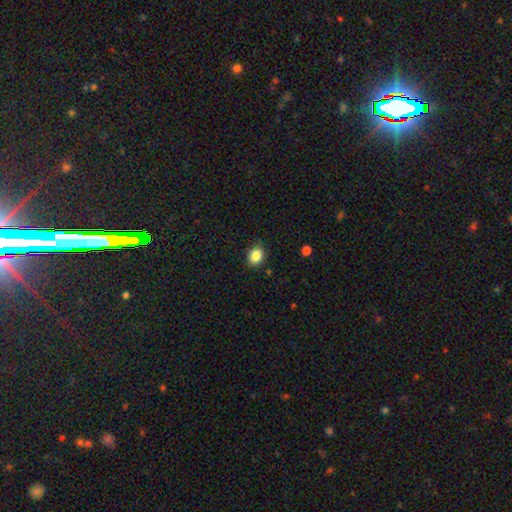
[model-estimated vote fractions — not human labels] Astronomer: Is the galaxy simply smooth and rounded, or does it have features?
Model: smooth — 86%.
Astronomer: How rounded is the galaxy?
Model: round — 52% (runner-up: in between, 47%).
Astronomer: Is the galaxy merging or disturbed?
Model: none — 86%.